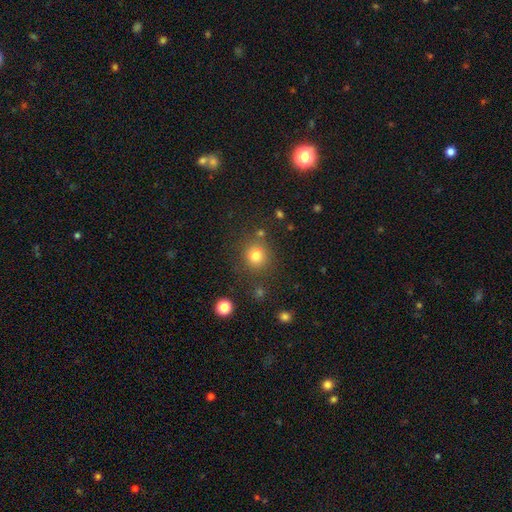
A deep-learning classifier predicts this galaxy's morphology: Smooth or featured: smooth — 78% (star or artifact — 15%)
How rounded: round — 89% (in between — 10%)
Merging: none — 79% (minor disturbance — 10%)